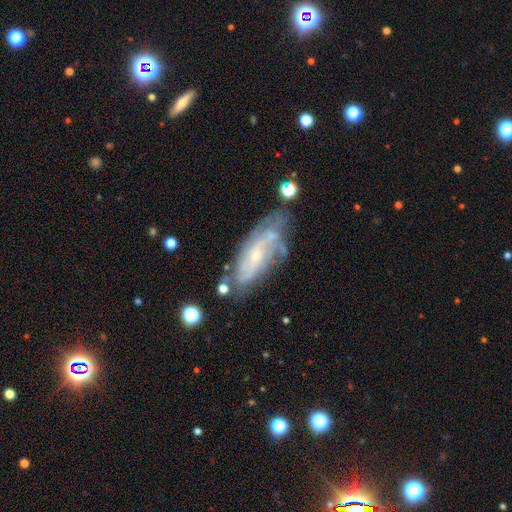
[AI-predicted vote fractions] featured or disk 73%, smooth 19%, star or artifact 8%. Down the decision tree: edge-on disk — no (86%); bar — no (62%); spiral arms — yes (85%); spiral arm count — can't tell (47%); spiral winding — tight (46%); bulge size — small (69%); merging — none (60%).